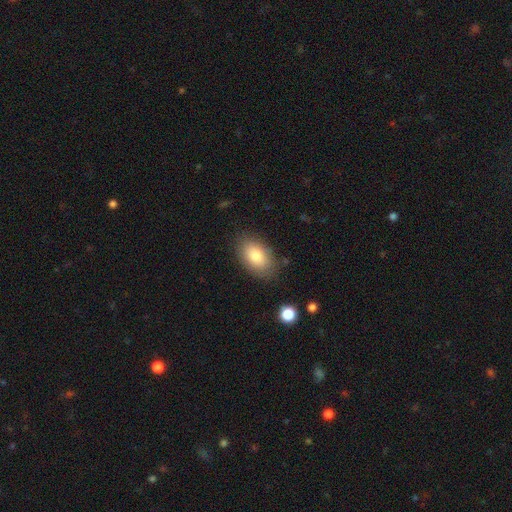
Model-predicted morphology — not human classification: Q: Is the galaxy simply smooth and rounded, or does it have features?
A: smooth — 82%.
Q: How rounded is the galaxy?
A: in between — 92%.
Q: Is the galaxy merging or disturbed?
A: none — 82%.